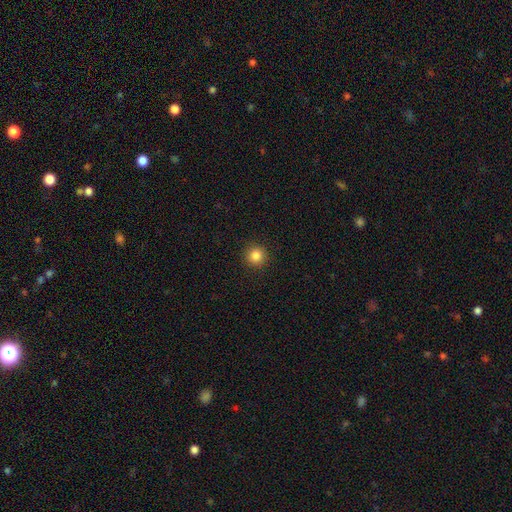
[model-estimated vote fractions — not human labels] This appears to be a smooth galaxy with no disk features (84%) that is round (95%). Merging: none (92%).